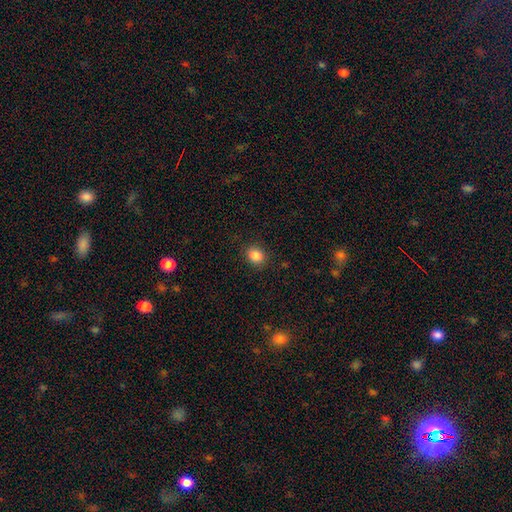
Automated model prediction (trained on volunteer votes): smooth_or_featured: smooth (p=0.86) [alt: star or artifact p=0.10]
how_rounded: round (p=0.53) [alt: in between p=0.46]
merging: none (p=0.87) [alt: minor disturbance p=0.09]